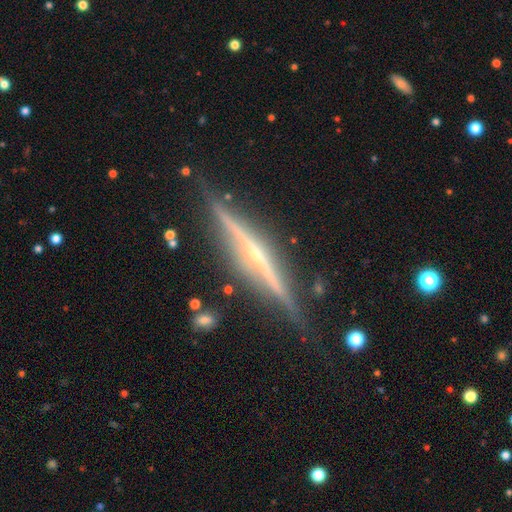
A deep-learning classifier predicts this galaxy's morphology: Overall: featured or disk (86%). Edge-on disk: yes (98%). Edge-on bulge: rounded (53%; none 40%). Merging: none (85%).